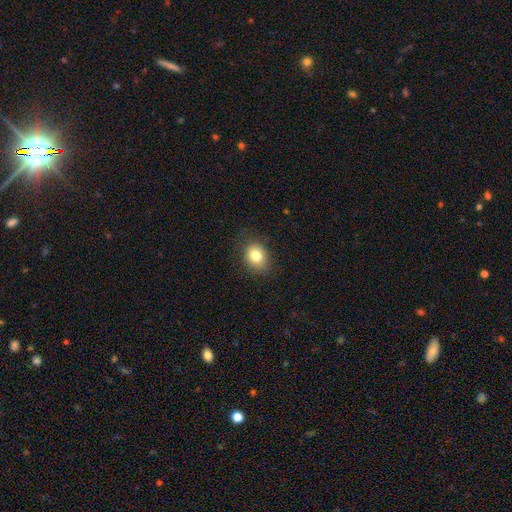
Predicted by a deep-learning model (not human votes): Morphology: type=smooth (80%); roundness=round (53%); merging=none (82%).